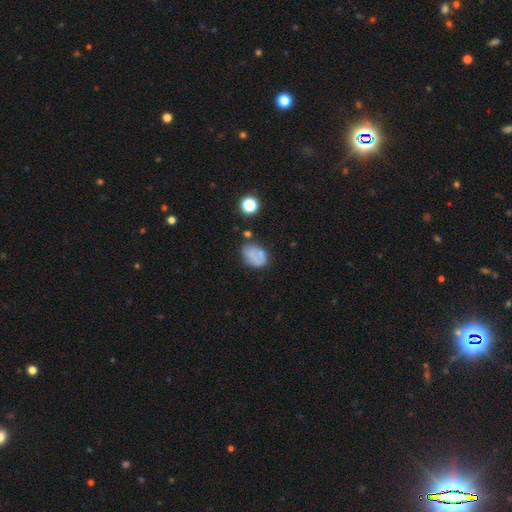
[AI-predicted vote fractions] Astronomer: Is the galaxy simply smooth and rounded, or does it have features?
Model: smooth — 68%.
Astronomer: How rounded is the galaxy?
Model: in between — 74%.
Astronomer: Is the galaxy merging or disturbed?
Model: none — 56%.